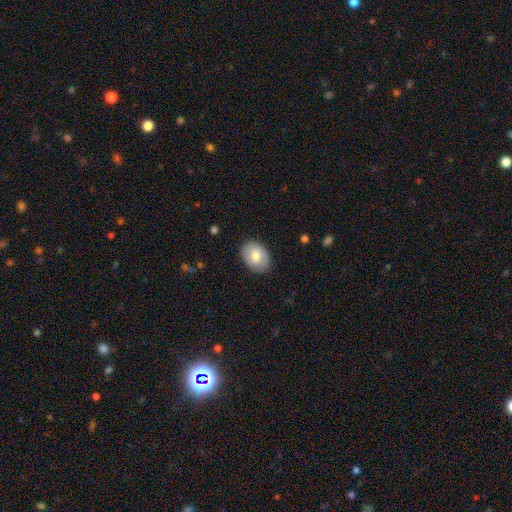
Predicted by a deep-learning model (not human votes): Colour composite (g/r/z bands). It shows a smooth galaxy with no disk features (73%) that is in between round and cigar-shaped (74%). Merging: none (86%).